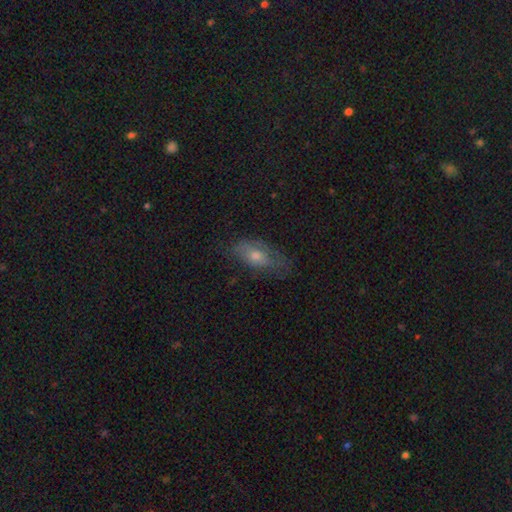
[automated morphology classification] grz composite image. It shows a smooth galaxy with no disk features (51%) that is in between round and cigar-shaped (82%). Merging: none (59%).